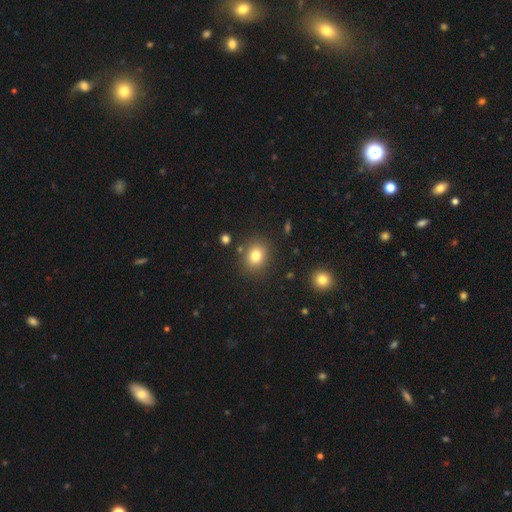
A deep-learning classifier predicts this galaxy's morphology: A smooth galaxy with no disk features (79%) that is round (61%).

Vote fractions:
- Smooth or featured? smooth: 79% / star or artifact: 12% / featured or disk: 9%
- How rounded? round: 61% / in between: 39% / cigar-shaped: 1%
- Merging? none: 83% / minor disturbance: 9% / merger: 4% / major disturbance: 3%